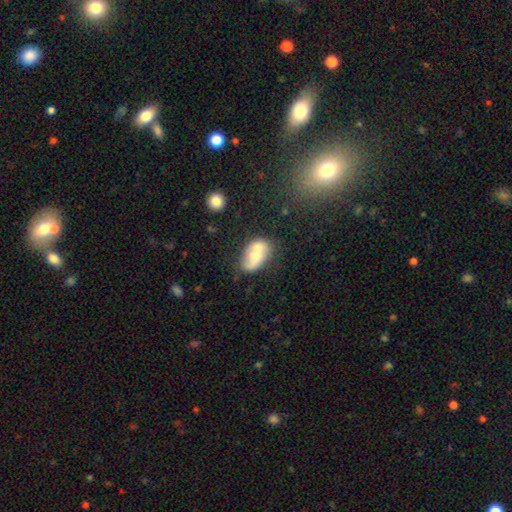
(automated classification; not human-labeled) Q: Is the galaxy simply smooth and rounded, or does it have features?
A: smooth — 49%.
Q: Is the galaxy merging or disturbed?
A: none — 39%.